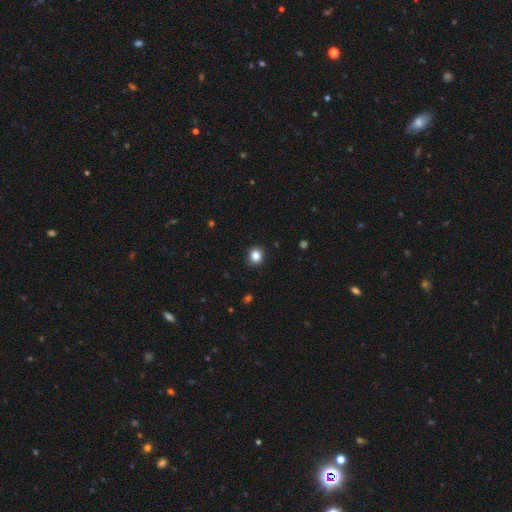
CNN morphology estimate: smooth-or-featured: smooth: 84% | star or artifact: 11% | featured or disk: 4%
  how-rounded: round: 84% | in between: 15% | cigar-shaped: 1%
  merging: none: 91% | minor disturbance: 6% | major disturbance: 2% | merger: 1%